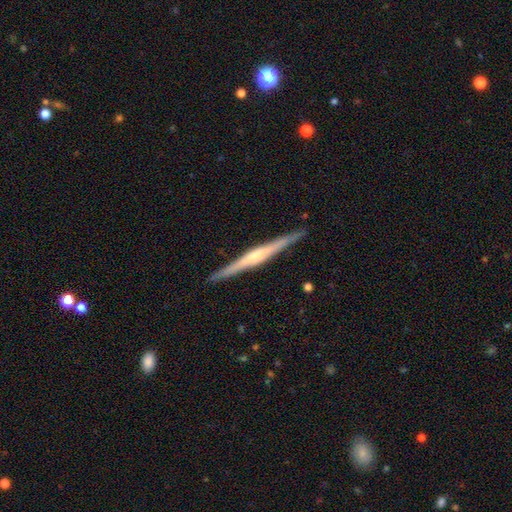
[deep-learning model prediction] A featured or disk galaxy (82%) viewed edge-on (98%) with a rounded central bulge (67%). Merging: none (92%).